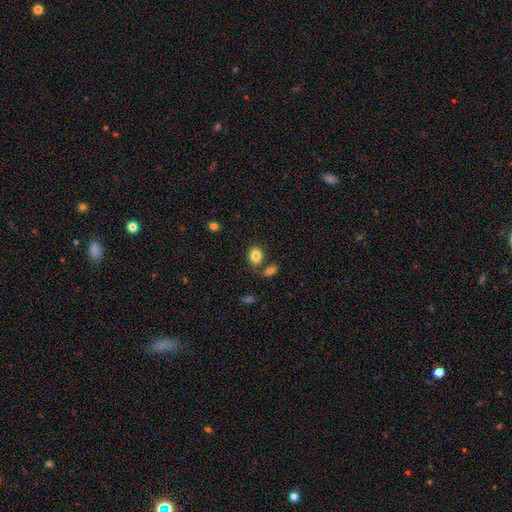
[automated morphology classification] Q: Smooth or featured?
A: smooth (84%); runner-up: star or artifact (9%)
Q: How rounded?
A: in between (62%); runner-up: round (37%)
Q: Merging?
A: none (65%); runner-up: merger (17%)